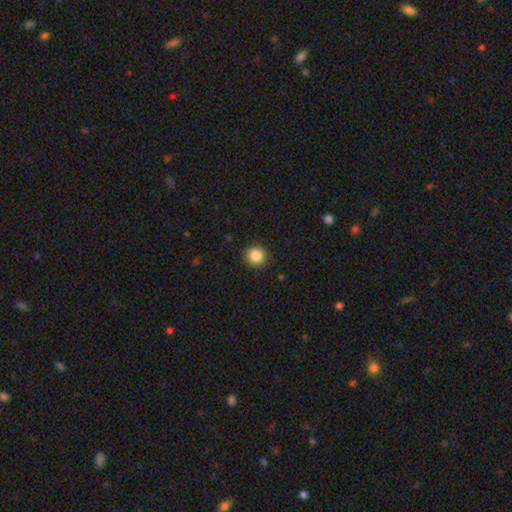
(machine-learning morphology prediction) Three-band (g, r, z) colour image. It shows a smooth galaxy with no disk features (87%) that is round (93%). Merging: none (91%).